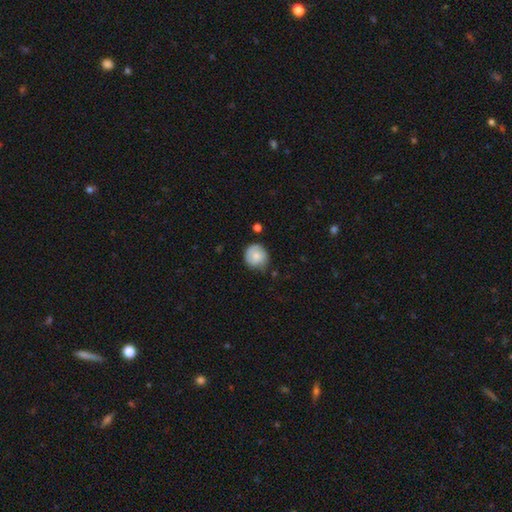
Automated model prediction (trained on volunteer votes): A smooth galaxy with no disk features (75%) that is round (89%).

Vote fractions:
- Smooth or featured? smooth: 75% / featured or disk: 18% / star or artifact: 7%
- How rounded? round: 89% / in between: 10% / cigar-shaped: 1%
- Merging? none: 69% / minor disturbance: 24% / major disturbance: 4% / merger: 3%